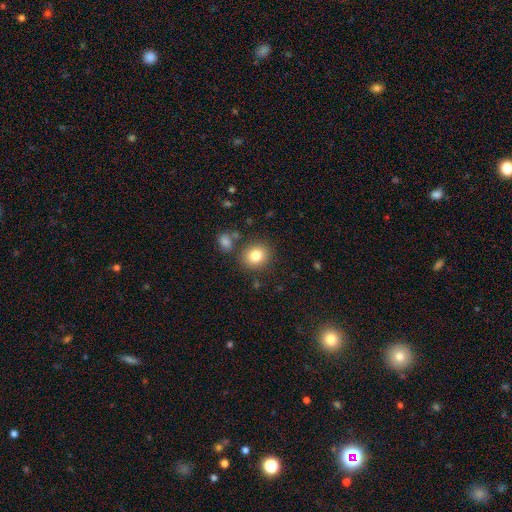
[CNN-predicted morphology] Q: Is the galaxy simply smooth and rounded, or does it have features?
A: smooth — 81%.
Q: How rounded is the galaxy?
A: round — 73%.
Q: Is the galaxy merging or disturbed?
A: none — 81%.